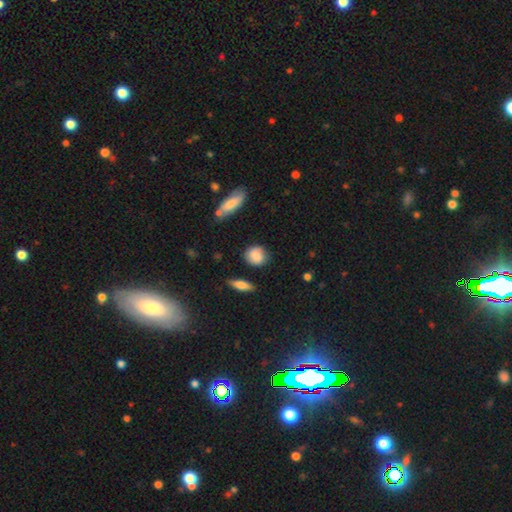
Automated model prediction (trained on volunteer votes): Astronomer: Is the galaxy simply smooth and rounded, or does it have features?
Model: smooth — 83%.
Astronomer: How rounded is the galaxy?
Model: round — 71%.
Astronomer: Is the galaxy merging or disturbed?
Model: none — 77%.